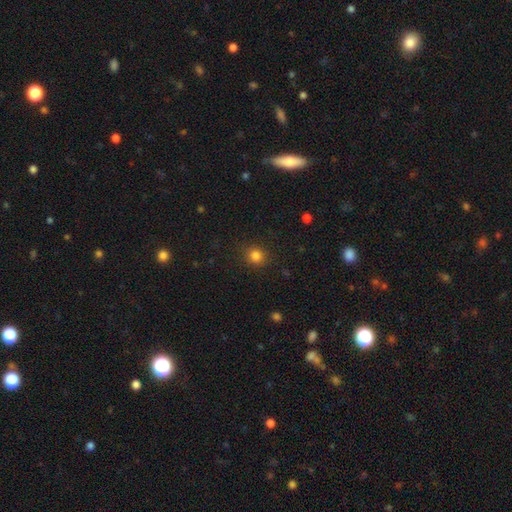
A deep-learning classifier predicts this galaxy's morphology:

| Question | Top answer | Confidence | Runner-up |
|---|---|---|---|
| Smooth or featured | smooth | 83% | star or artifact (12%) |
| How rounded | round | 85% | in between (14%) |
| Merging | none | 88% | minor disturbance (8%) |